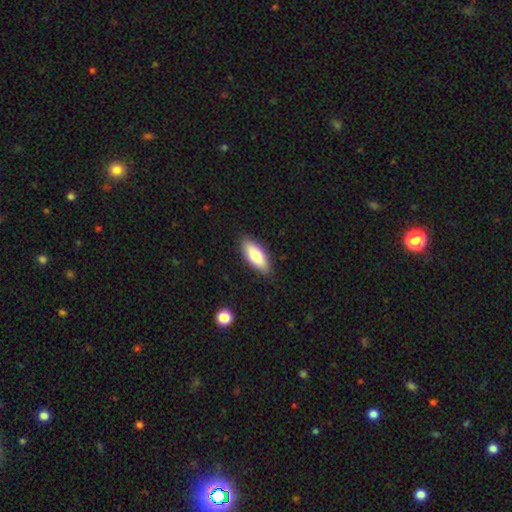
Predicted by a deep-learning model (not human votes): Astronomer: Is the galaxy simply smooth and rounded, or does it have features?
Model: smooth — 75%.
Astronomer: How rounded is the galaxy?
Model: in between — 76%.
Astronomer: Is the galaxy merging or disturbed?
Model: none — 88%.